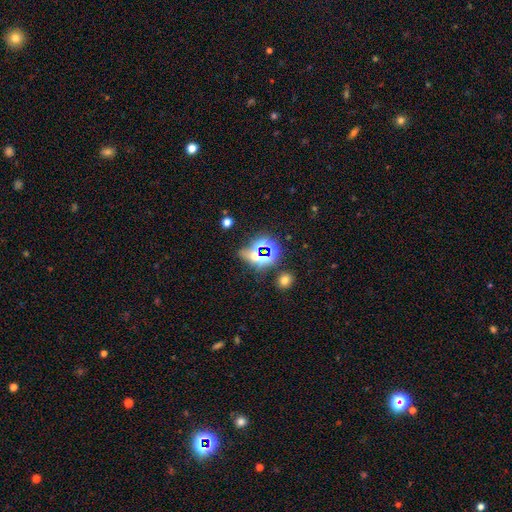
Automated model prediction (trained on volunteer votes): The model was most divided on "smooth or featured": star or artifact: 62%, smooth: 27%, featured or disk: 11%.